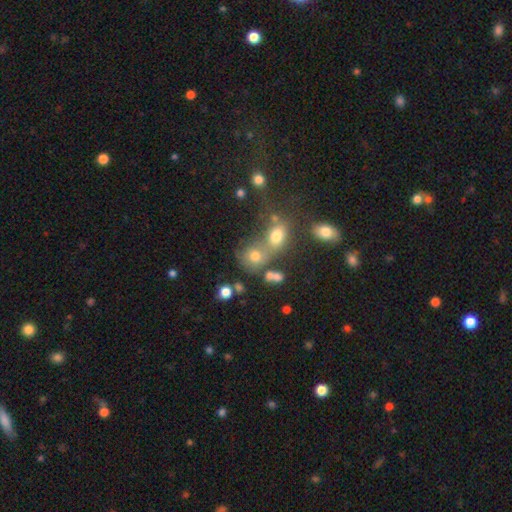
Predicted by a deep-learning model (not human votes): The model was most divided on "merging": merger: 47%, none: 36%, minor disturbance: 10%, major disturbance: 7%. More confident: smooth or featured — smooth (63%); how rounded — round (60%).